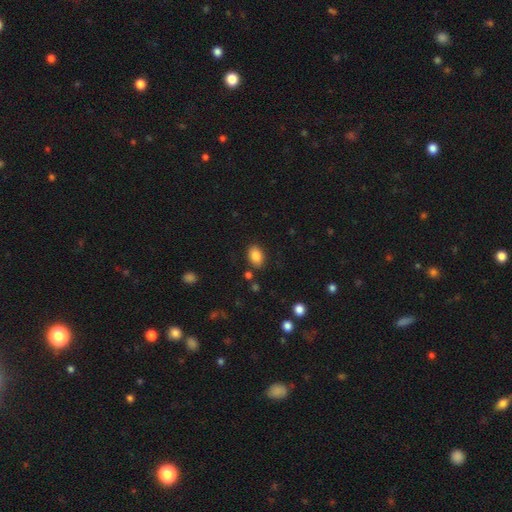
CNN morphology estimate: Smooth or featured? Predicted: smooth (p=0.86). How rounded? Predicted: in between (p=0.84). Merging? Predicted: none (p=0.84).